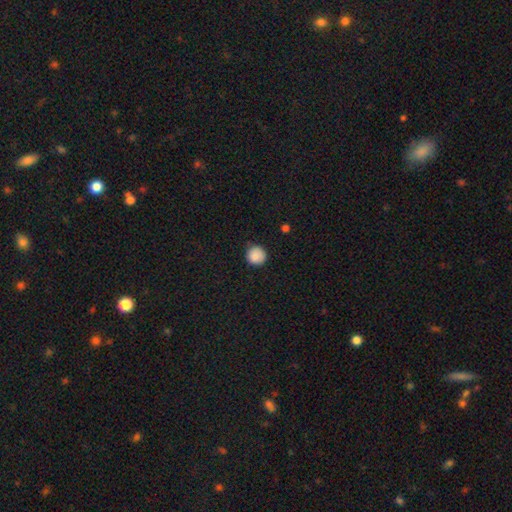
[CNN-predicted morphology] Q: Smooth or featured?
A: smooth (87%); runner-up: star or artifact (9%)
Q: How rounded?
A: round (94%); runner-up: in between (5%)
Q: Merging?
A: none (84%); runner-up: minor disturbance (12%)